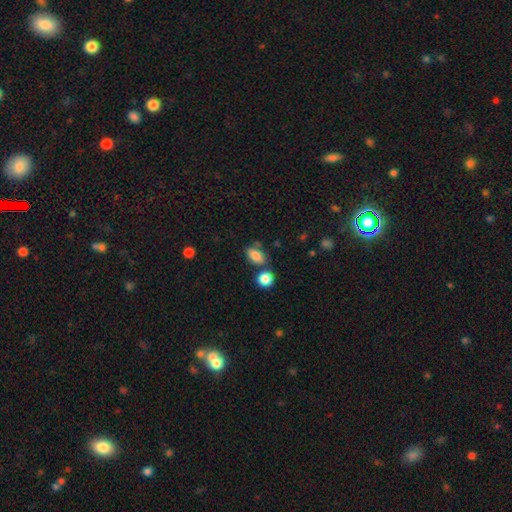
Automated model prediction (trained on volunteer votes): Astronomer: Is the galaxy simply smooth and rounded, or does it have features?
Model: smooth — 84%.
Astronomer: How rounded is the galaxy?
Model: in between — 84%.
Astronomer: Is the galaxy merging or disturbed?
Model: none — 60%.